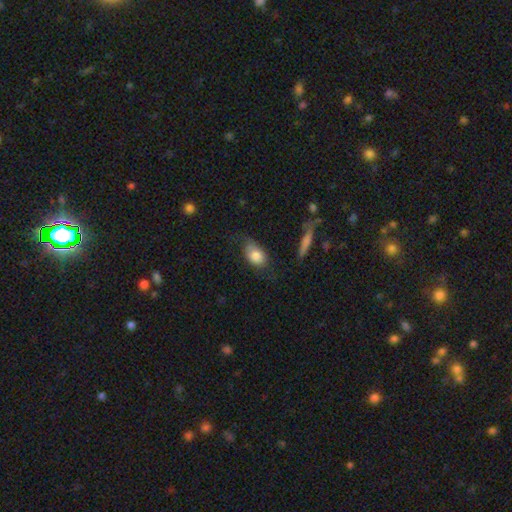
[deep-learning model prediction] Overall: smooth (80%). How rounded: in between (81%). Merging: none (51%; minor disturbance 32%).